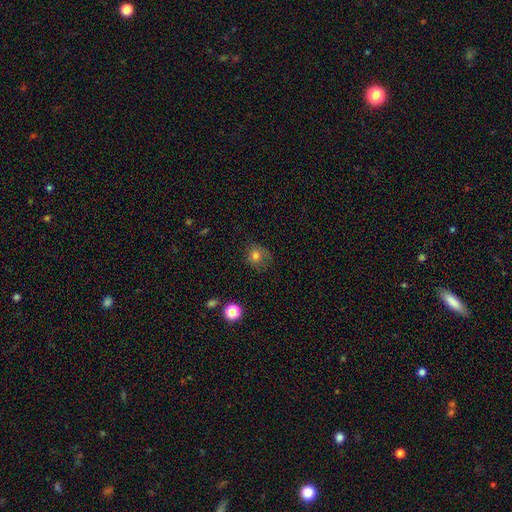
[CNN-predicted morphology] Smooth or featured?
  - smooth: 74% *
  - star or artifact: 13%
  - featured or disk: 12%
How rounded?
  - round: 78% *
  - in between: 22%
  - cigar-shaped: 1%
Merging?
  - none: 64% *
  - minor disturbance: 23%
  - major disturbance: 11%
  - merger: 2%